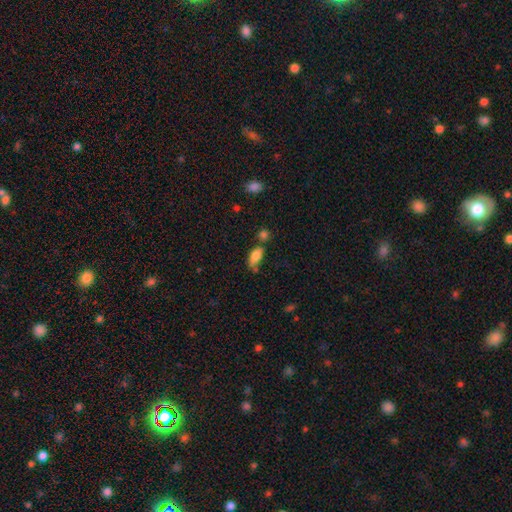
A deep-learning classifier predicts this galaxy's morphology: Smooth or featured? Predicted: smooth (p=0.82). How rounded? Predicted: in between (p=0.87). Merging? Predicted: none (p=0.50).